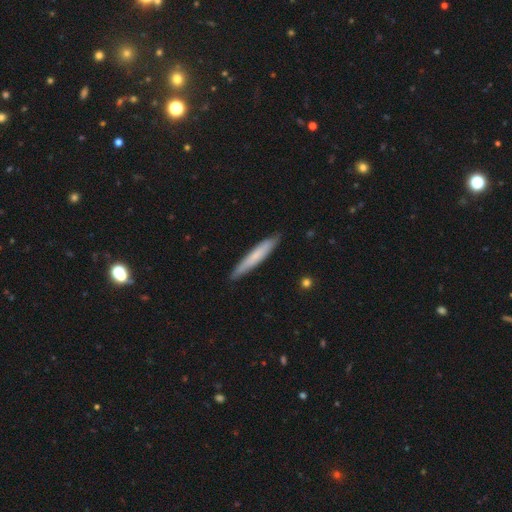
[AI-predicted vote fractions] Smooth or featured? smooth (64%)
How rounded? cigar-shaped (94%)
Merging? none (87%)